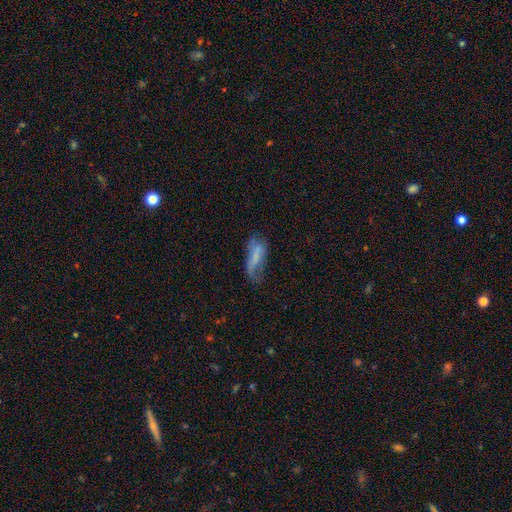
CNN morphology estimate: This appears to be a smooth galaxy with no disk features (58%) that is in between round and cigar-shaped (72%). Merging: major disturbance (32%).